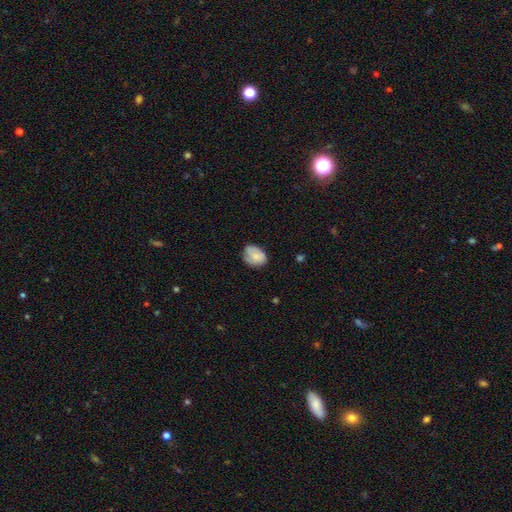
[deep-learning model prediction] This appears to be a smooth galaxy with no disk features (75%) that is in between round and cigar-shaped (66%). Merging: none (60%).